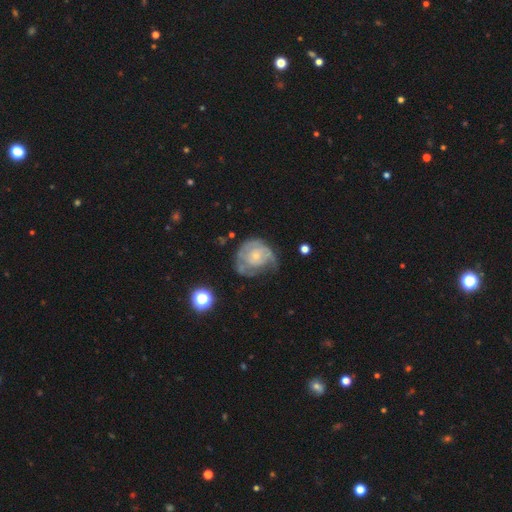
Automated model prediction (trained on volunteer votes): featured or disk 68%, smooth 24%, star or artifact 7%. Down the decision tree: edge-on disk — no (98%); bar — no (80%); spiral arms — yes (75%); bulge size — small (69%); merging — none (42%).